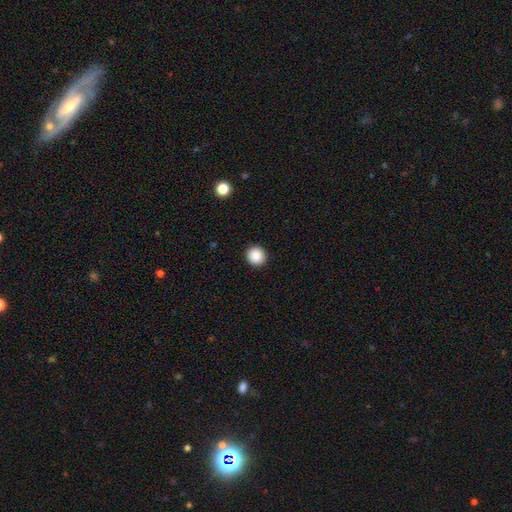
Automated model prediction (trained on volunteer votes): This is clearly a smooth galaxy (88%). How rounded: clearly round (93%). Merging: clearly none (93%).